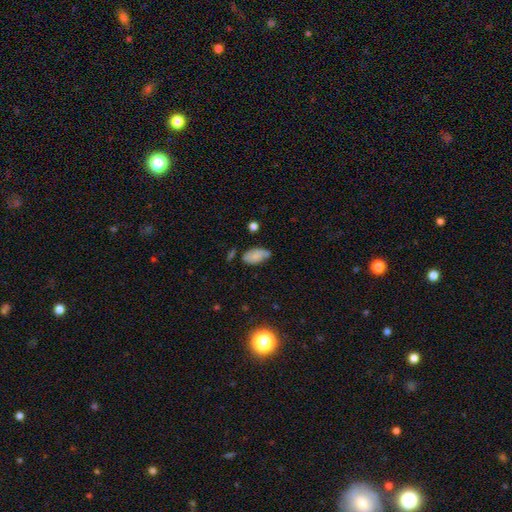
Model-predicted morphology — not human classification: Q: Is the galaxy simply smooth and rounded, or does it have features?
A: smooth — 72%.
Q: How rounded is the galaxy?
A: in between — 93%.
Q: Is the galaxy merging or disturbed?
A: none — 55%.